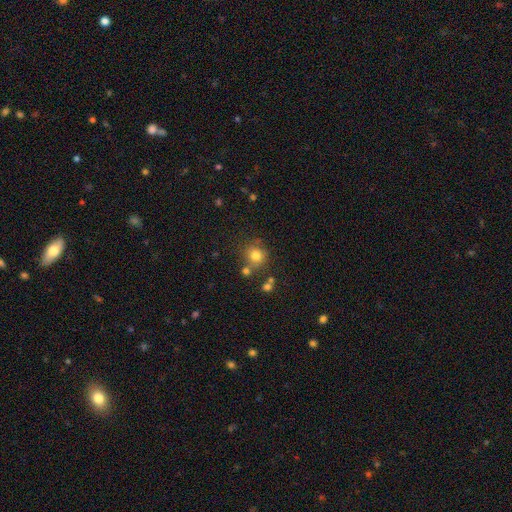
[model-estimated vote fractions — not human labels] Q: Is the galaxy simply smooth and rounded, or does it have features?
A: smooth — 78%.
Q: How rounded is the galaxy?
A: round — 89%.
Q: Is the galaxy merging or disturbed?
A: none — 71%.